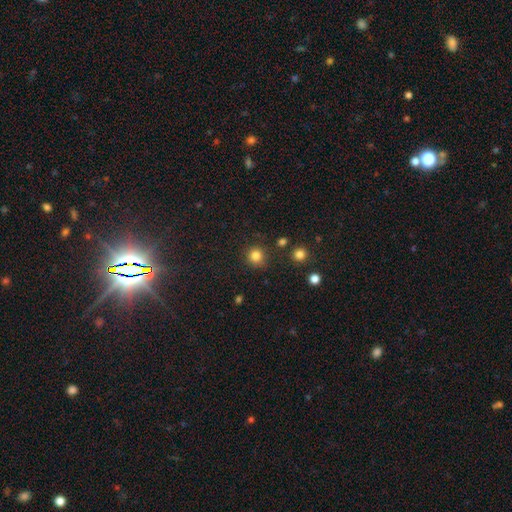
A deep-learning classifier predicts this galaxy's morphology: Smooth or featured?
  - smooth: 83% *
  - star or artifact: 13%
  - featured or disk: 5%
How rounded?
  - round: 92% *
  - in between: 7%
  - cigar-shaped: 1%
Merging?
  - none: 86% *
  - minor disturbance: 8%
  - major disturbance: 3%
  - merger: 3%